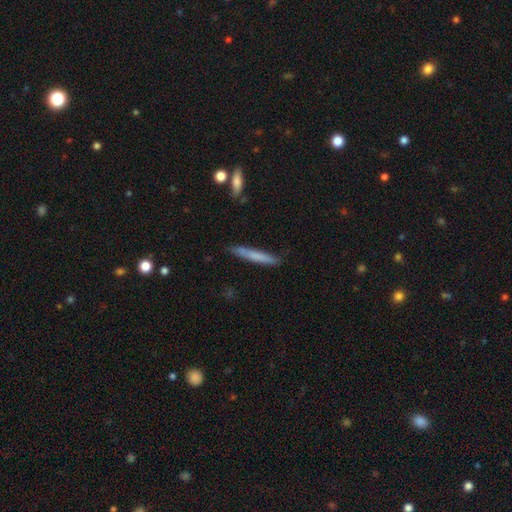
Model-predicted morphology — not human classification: The model was most divided on "smooth or featured": smooth: 68%, featured or disk: 26%, star or artifact: 6%. More confident: how rounded — cigar-shaped (95%); merging — none (84%).